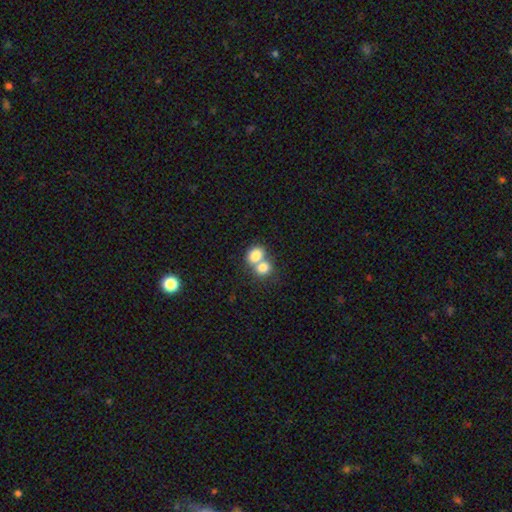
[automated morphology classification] Smooth or featured?
  - smooth: 80% *
  - featured or disk: 11%
  - star or artifact: 9%
How rounded?
  - round: 54% *
  - in between: 45%
  - cigar-shaped: 1%
Merging?
  - merger: 65% *
  - none: 27%
  - minor disturbance: 5%
  - major disturbance: 3%